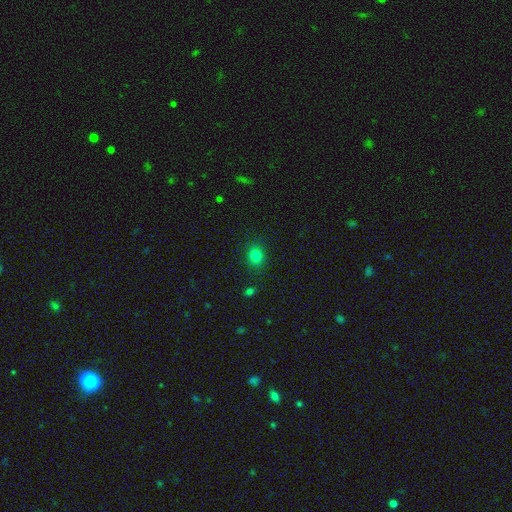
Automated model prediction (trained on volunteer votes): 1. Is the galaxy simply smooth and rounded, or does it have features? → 81% smooth, 14% star or artifact, 5% featured or disk.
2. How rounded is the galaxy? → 65% round, 34% in between, 1% cigar-shaped.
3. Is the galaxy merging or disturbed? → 87% none, 9% minor disturbance, 3% major disturbance, 1% merger.